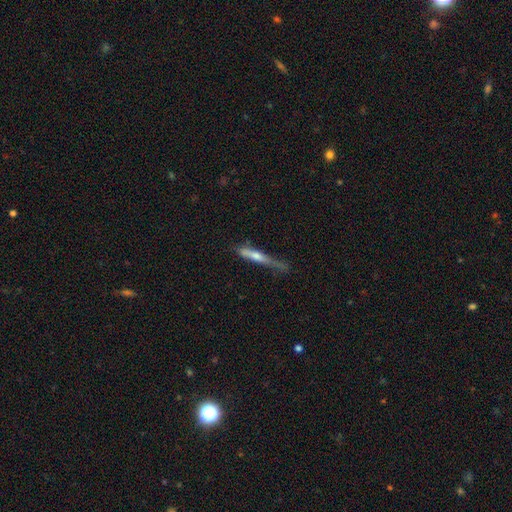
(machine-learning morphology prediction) Smooth or featured?
  - featured or disk: 48% *
  - smooth: 46%
  - star or artifact: 6%
Merging?
  - none: 55% *
  - minor disturbance: 30%
  - major disturbance: 12%
  - merger: 3%